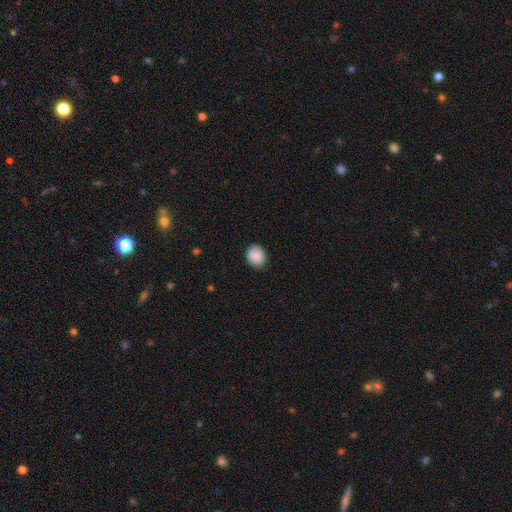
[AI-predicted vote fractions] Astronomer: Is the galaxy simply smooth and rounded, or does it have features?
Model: smooth — 85%.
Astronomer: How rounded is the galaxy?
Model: round — 66%.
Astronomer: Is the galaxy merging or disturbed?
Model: none — 85%.